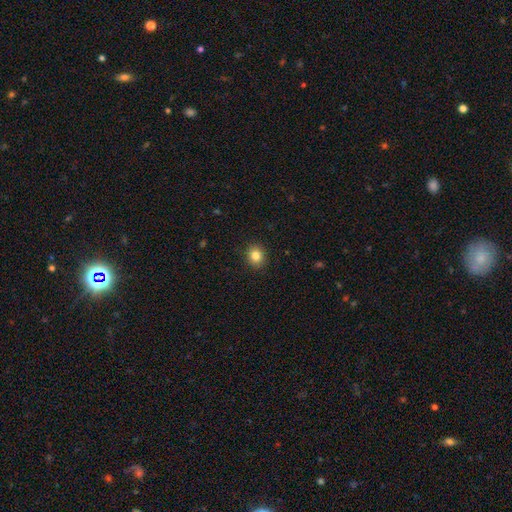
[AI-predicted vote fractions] smooth 83%, star or artifact 11%, featured or disk 6%. Down the decision tree: how rounded — round (75%); merging — none (91%).